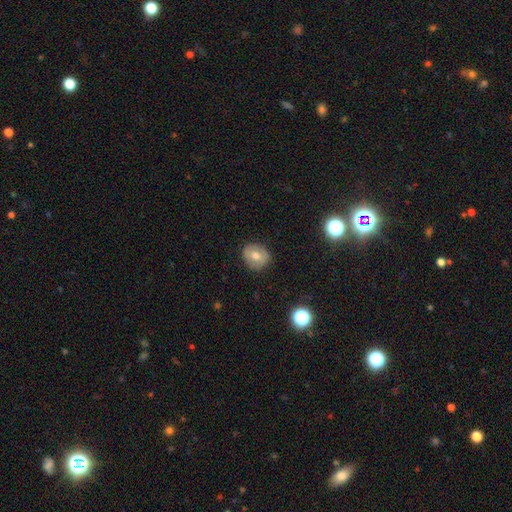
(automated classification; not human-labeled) smooth 65%, featured or disk 24%, star or artifact 11%. Down the decision tree: how rounded — round (73%); merging — none (85%).